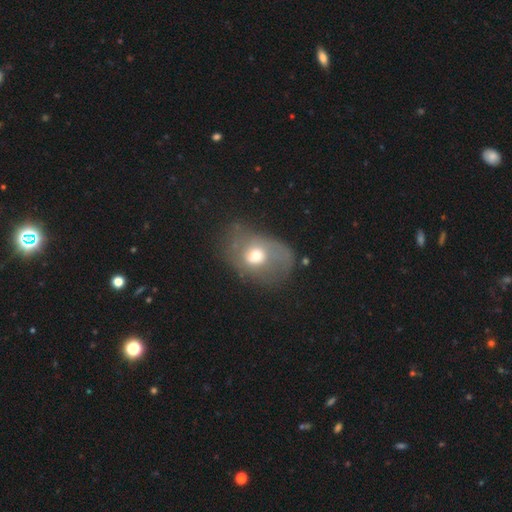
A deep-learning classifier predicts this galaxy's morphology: smooth 50%, featured or disk 40%, star or artifact 10%. Down the decision tree: how rounded — in between (67%); merging — none (39%).